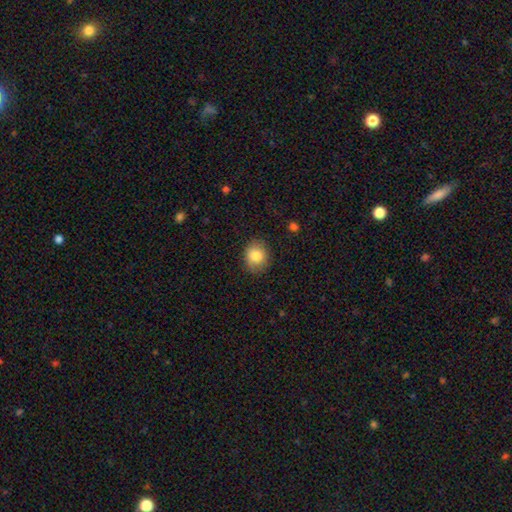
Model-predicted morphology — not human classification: smooth-or-featured: smooth: 85% | star or artifact: 8% | featured or disk: 7%
  how-rounded: round: 63% | in between: 36% | cigar-shaped: 1%
  merging: none: 85% | minor disturbance: 12% | major disturbance: 3% | merger: 1%